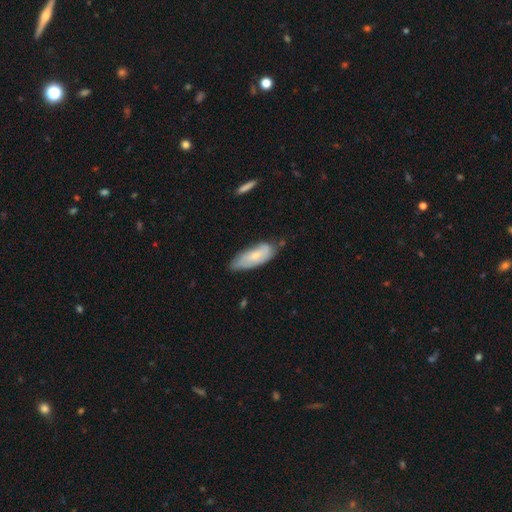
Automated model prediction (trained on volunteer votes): Smooth or featured?
  - smooth: 61% *
  - featured or disk: 33%
  - star or artifact: 6%
How rounded?
  - in between: 77% *
  - cigar-shaped: 21%
  - round: 2%
Merging?
  - none: 59% *
  - minor disturbance: 33%
  - major disturbance: 6%
  - merger: 2%